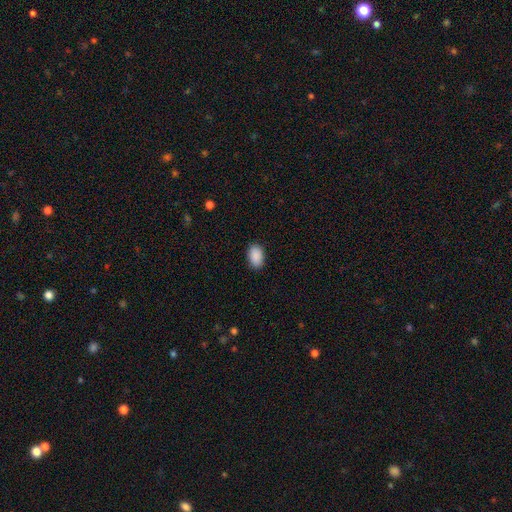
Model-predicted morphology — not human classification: type=smooth (91%); roundness=in between (90%); merging=none (88%).